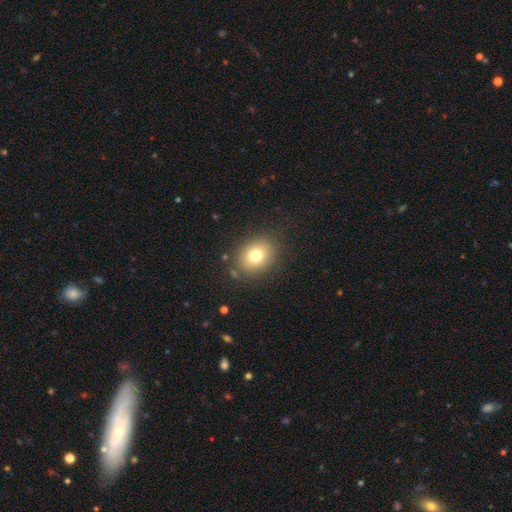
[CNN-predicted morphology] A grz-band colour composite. It shows a smooth galaxy with no disk features (77%) that is round (50%). Merging: none (84%).